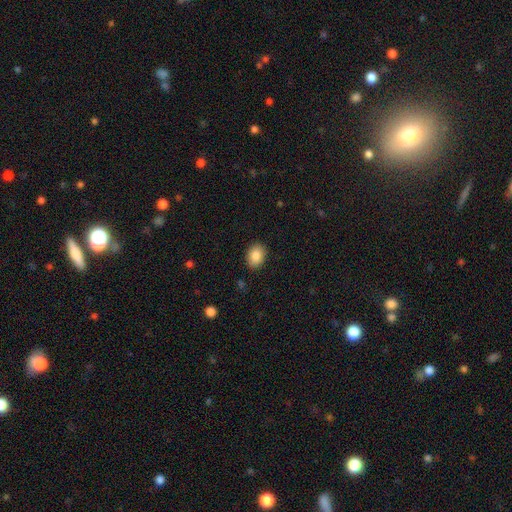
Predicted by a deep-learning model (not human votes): Smooth or featured: smooth — 87% (star or artifact — 8%)
How rounded: in between — 73% (round — 26%)
Merging: none — 88% (minor disturbance — 8%)